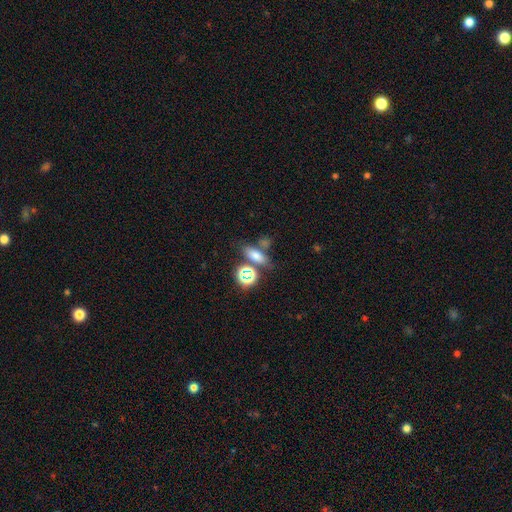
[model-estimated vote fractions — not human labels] Q: Smooth or featured?
A: smooth (66%); runner-up: star or artifact (21%)
Q: How rounded?
A: in between (63%); runner-up: cigar-shaped (20%)
Q: Merging?
A: none (59%); runner-up: merger (22%)